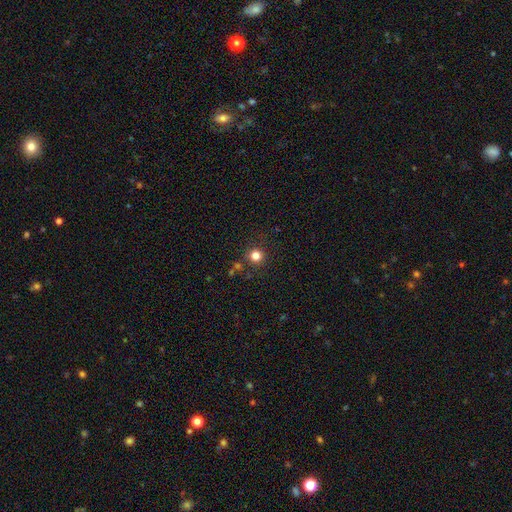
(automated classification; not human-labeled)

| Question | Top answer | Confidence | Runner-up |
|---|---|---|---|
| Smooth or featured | smooth | 80% | star or artifact (15%) |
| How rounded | round | 94% | in between (5%) |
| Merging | none | 86% | minor disturbance (7%) |